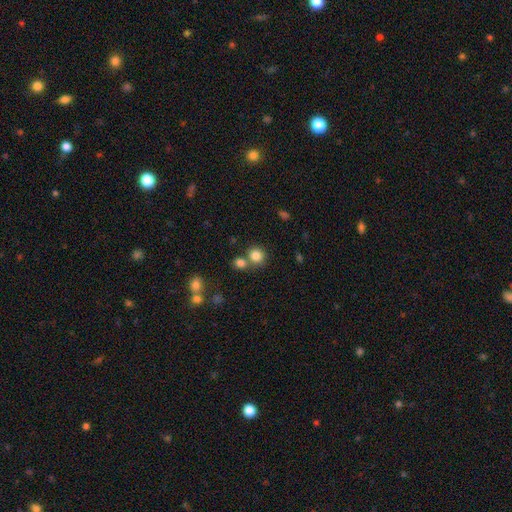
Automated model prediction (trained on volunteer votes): Smooth or featured?
  - smooth: 82% *
  - star or artifact: 11%
  - featured or disk: 6%
How rounded?
  - round: 86% *
  - in between: 13%
  - cigar-shaped: 1%
Merging?
  - none: 61% *
  - merger: 28%
  - minor disturbance: 8%
  - major disturbance: 3%